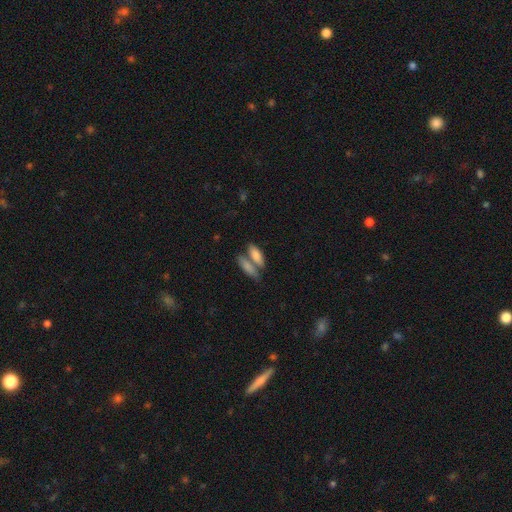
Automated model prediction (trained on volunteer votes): Smooth or featured? Predicted: smooth (p=0.78). How rounded? Predicted: in between (p=0.67). Merging? Predicted: merger (p=0.49).